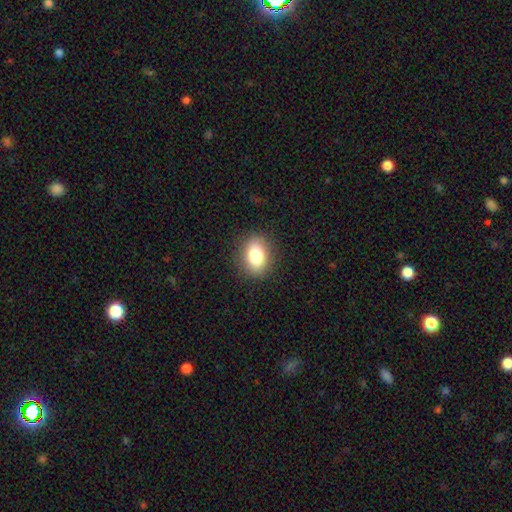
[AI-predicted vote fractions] Overall: smooth (80%). How rounded: in between (71%). Merging: none (87%).